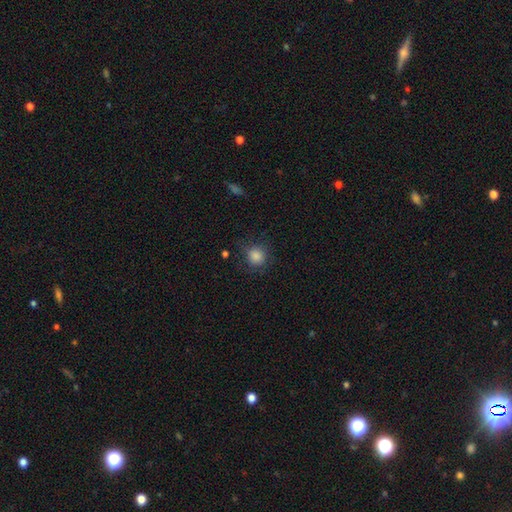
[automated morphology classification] smooth 83%, star or artifact 11%, featured or disk 6%. Down the decision tree: how rounded — round (91%); merging — none (79%).